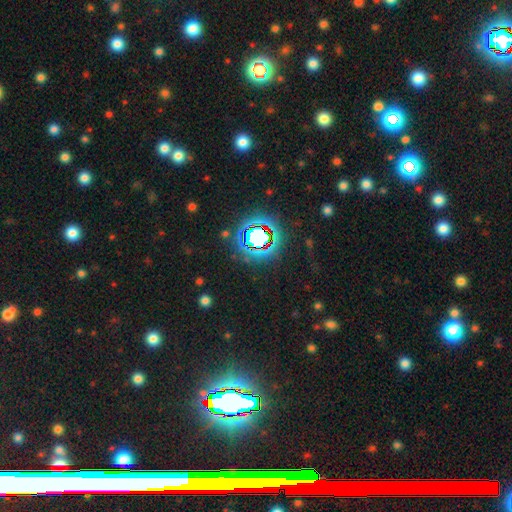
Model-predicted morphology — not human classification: Smooth or featured? star or artifact (79%)